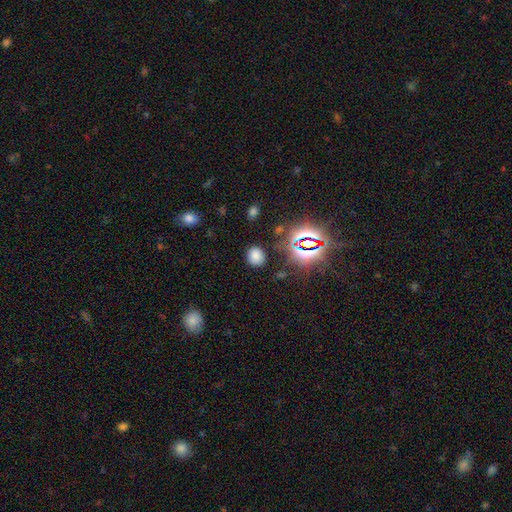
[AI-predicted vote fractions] Smooth or featured? Predicted: smooth (p=0.72). How rounded? Predicted: round (p=0.69). Merging? Predicted: none (p=0.83).